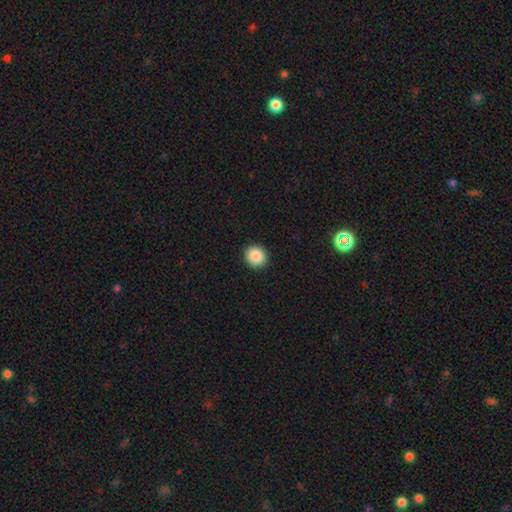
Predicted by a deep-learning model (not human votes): A smooth galaxy with no disk features (88%) that is round (90%).

Vote fractions:
- Smooth or featured? smooth: 88% / star or artifact: 9% / featured or disk: 3%
- How rounded? round: 90% / in between: 9% / cigar-shaped: 1%
- Merging? none: 92% / minor disturbance: 5% / major disturbance: 2% / merger: 1%